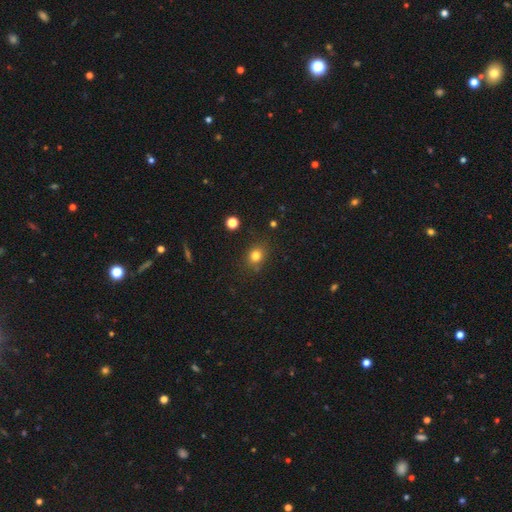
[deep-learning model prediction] Overall: smooth (80%). How rounded: round (64%; in between 35%). Merging: none (81%).